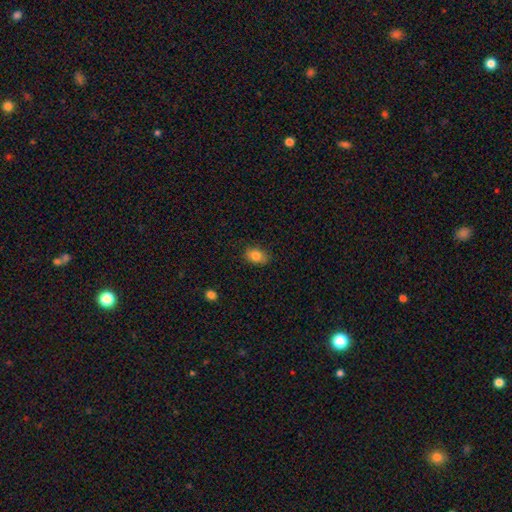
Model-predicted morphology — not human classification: This is clearly a smooth galaxy (82%). How rounded: likely in between (77%). Merging: clearly none (83%).